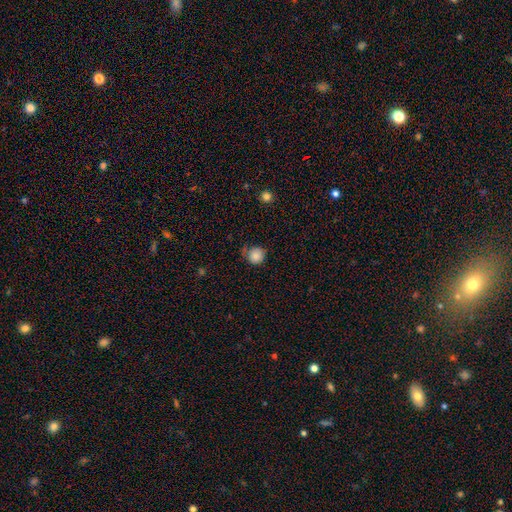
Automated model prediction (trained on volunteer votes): Smooth or featured? smooth (85%)
How rounded? round (91%)
Merging? none (64%)